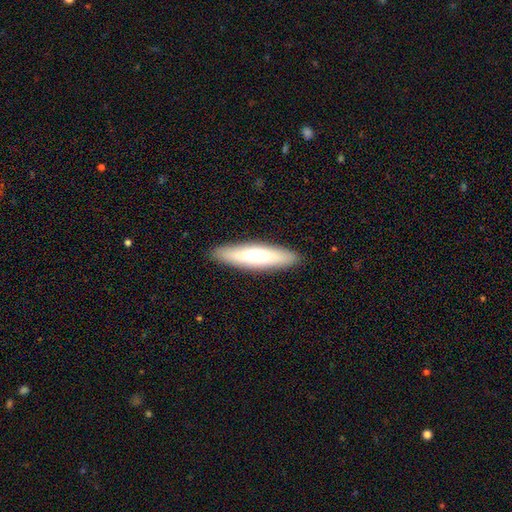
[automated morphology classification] A smooth galaxy with no disk features (65%) that is cigar-shaped (75%). Merging: none (90%).